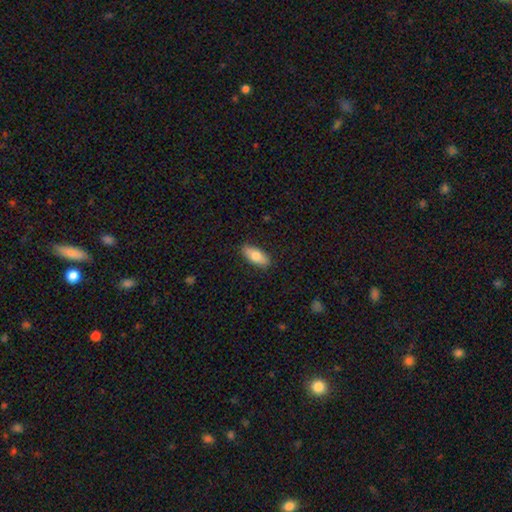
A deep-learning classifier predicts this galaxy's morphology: type=smooth (76%); roundness=in between (82%); merging=none (86%).